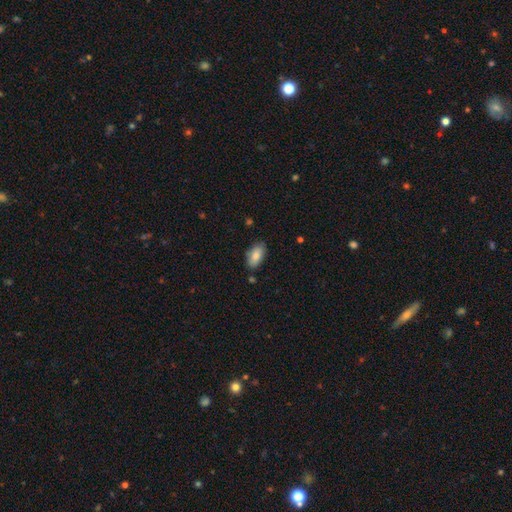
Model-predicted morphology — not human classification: Smooth or featured?
  - smooth: 84% *
  - featured or disk: 10%
  - star or artifact: 7%
How rounded?
  - in between: 94% *
  - round: 3%
  - cigar-shaped: 3%
Merging?
  - none: 80% *
  - minor disturbance: 15%
  - major disturbance: 3%
  - merger: 2%